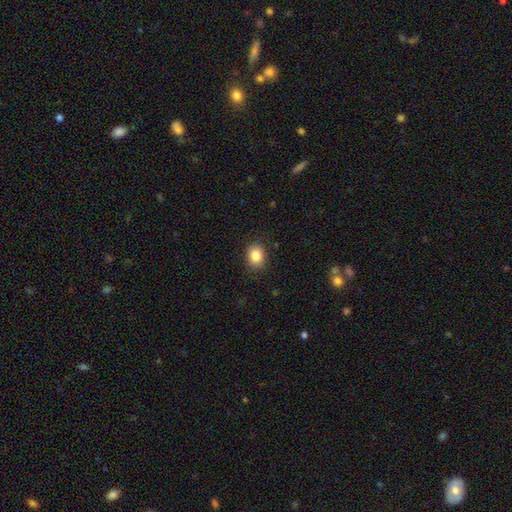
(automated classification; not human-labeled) Smooth or featured: smooth — 85% (star or artifact — 10%)
How rounded: in between — 52% (round — 47%)
Merging: none — 87% (minor disturbance — 9%)